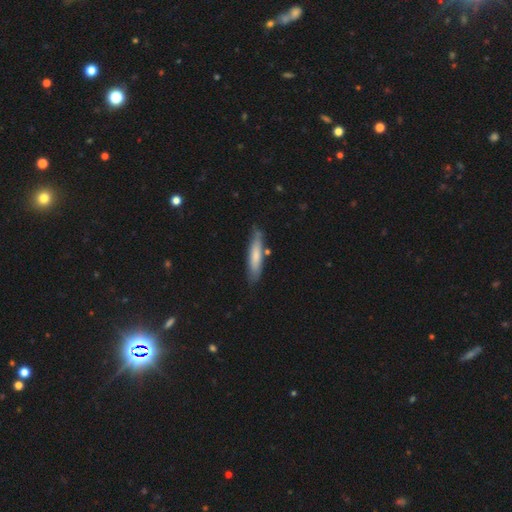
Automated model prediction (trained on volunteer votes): A smooth galaxy with no disk features (71%) that is cigar-shaped (82%). Merging: none (75%).